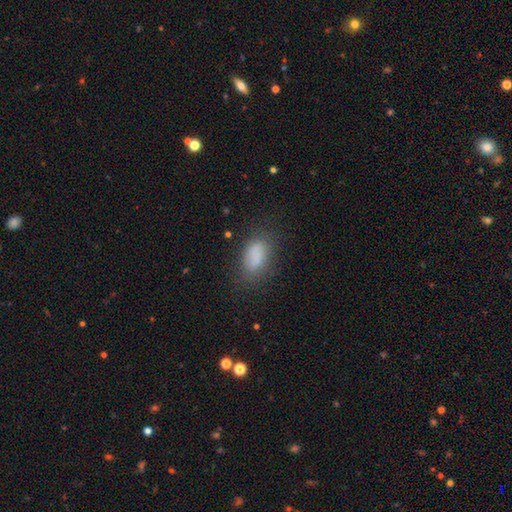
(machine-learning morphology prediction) Smooth or featured? Predicted: smooth (p=0.79). How rounded? Predicted: in between (p=0.88). Merging? Predicted: none (p=0.65).